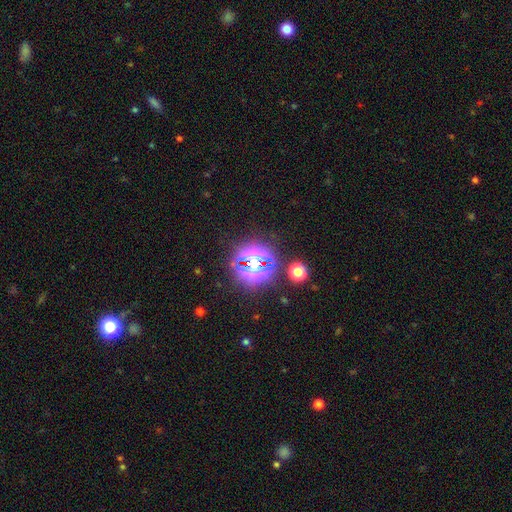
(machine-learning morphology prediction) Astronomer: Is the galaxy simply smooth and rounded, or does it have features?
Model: star or artifact — 76%.